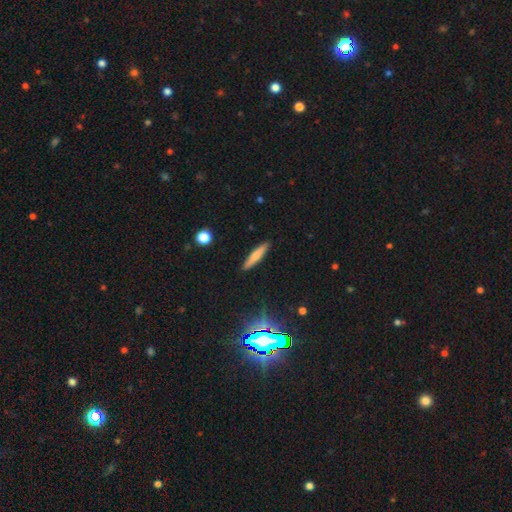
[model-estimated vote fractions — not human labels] smooth 68%, featured or disk 24%, star or artifact 8%. Down the decision tree: how rounded — cigar-shaped (87%); merging — none (90%).